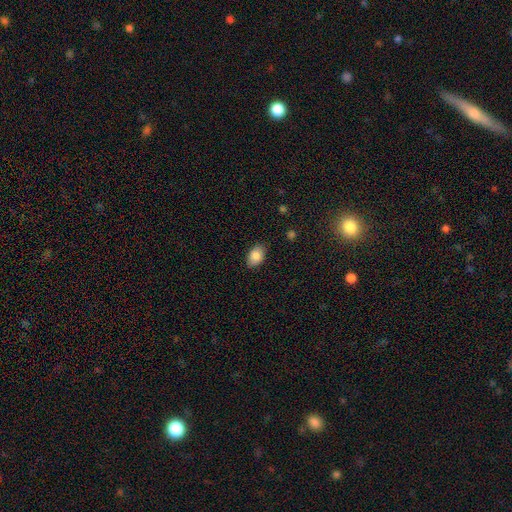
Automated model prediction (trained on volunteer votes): Morphology: type=smooth (86%); roundness=in between (87%); merging=none (84%).